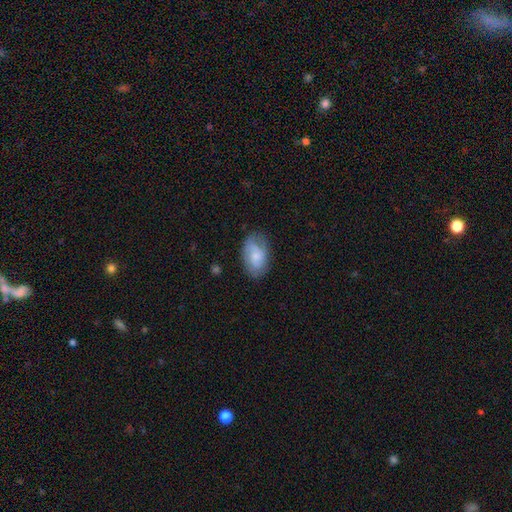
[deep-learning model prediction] Q: Smooth or featured?
A: smooth (55%); runner-up: featured or disk (38%)
Q: How rounded?
A: in between (91%); runner-up: round (8%)
Q: Merging?
A: none (69%); runner-up: minor disturbance (22%)